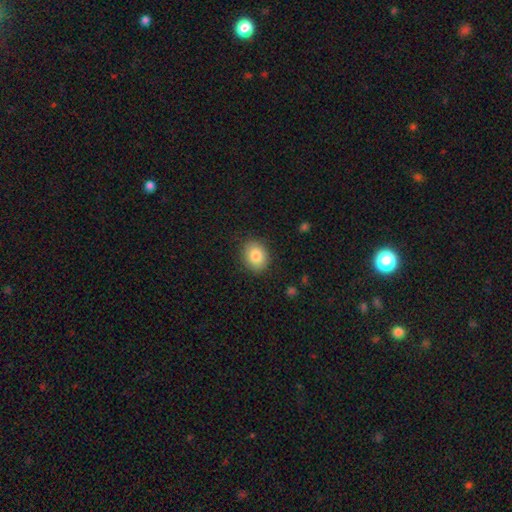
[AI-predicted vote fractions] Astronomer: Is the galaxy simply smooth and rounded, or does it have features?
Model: smooth — 85%.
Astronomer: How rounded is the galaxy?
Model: round — 53% (runner-up: in between, 46%).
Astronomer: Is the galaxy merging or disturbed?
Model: none — 87%.